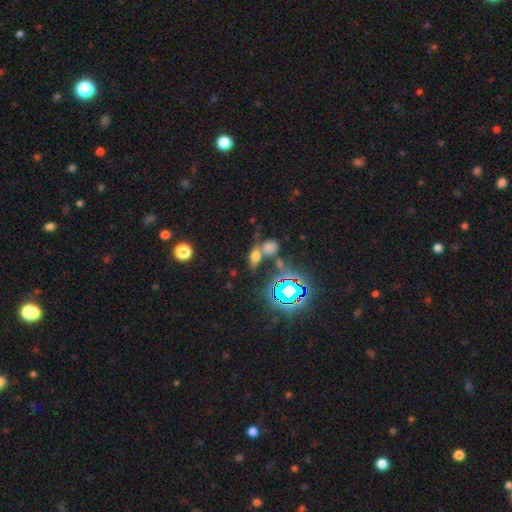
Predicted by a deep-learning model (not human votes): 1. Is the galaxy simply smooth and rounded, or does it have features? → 57% smooth, 29% star or artifact, 14% featured or disk.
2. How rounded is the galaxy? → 70% in between, 18% round, 12% cigar-shaped.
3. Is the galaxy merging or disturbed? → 49% none, 35% merger, 10% minor disturbance, 6% major disturbance.